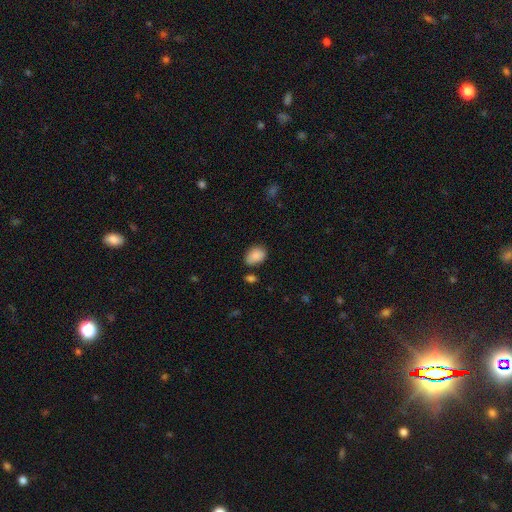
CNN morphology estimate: Q: Smooth or featured?
A: smooth (87%); runner-up: star or artifact (8%)
Q: How rounded?
A: in between (78%); runner-up: round (21%)
Q: Merging?
A: none (69%); runner-up: minor disturbance (21%)